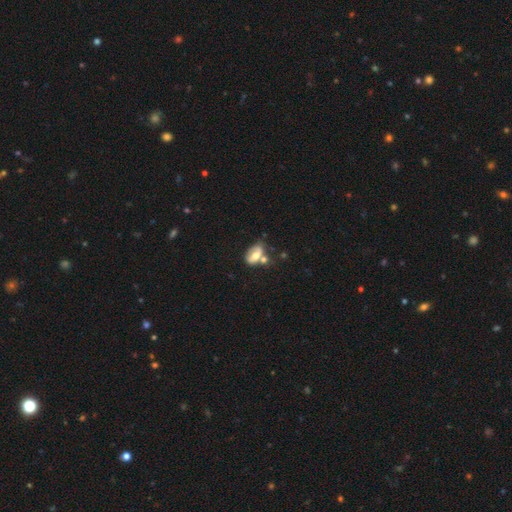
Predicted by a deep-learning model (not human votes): Smooth or featured? smooth (56%)
How rounded? in between (86%)
Merging? merger (40%)